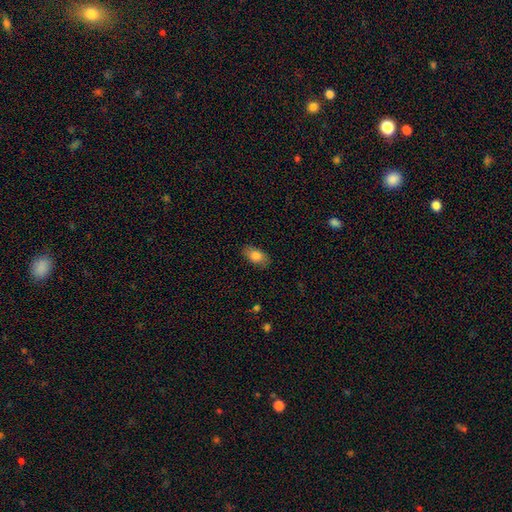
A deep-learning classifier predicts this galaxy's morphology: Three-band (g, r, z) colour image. It shows a smooth galaxy with no disk features (83%) that is in between round and cigar-shaped (90%). Merging: none (84%).